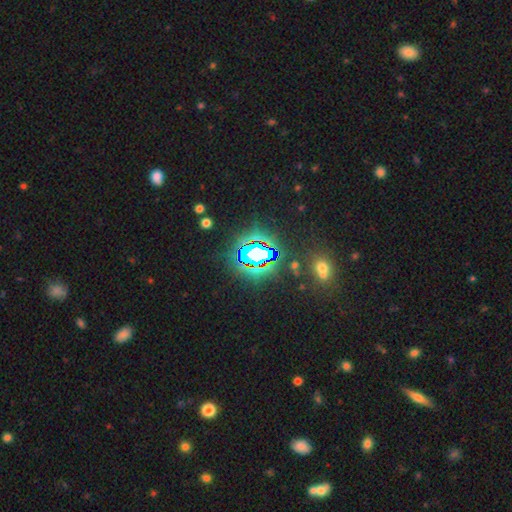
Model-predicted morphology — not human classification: star or artifact 73%, smooth 15%, featured or disk 12%.